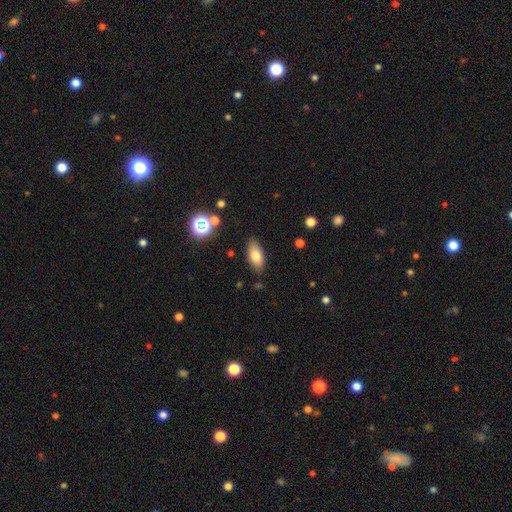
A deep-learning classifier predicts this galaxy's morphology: Smooth or featured?
  - smooth: 76% *
  - featured or disk: 15%
  - star or artifact: 9%
How rounded?
  - in between: 86% *
  - cigar-shaped: 10%
  - round: 4%
Merging?
  - none: 85% *
  - minor disturbance: 10%
  - major disturbance: 2%
  - merger: 2%